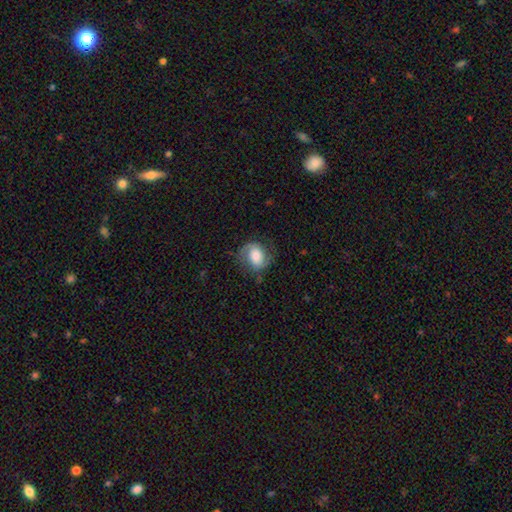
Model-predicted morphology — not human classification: Smooth or featured?
  - featured or disk: 55% *
  - smooth: 37%
  - star or artifact: 8%
Edge-on disk?
  - no: 97% *
  - yes: 3%
Bar?
  - no: 55% *
  - weak: 34%
  - strong: 11%
Spiral arms?
  - yes: 89% *
  - no: 11%
Bulge size?
  - moderate: 38% *
  - large: 34%
  - small: 16%
  - dominant: 7%
  - none: 5%
Merging?
  - none: 68% *
  - minor disturbance: 21%
  - major disturbance: 10%
  - merger: 1%